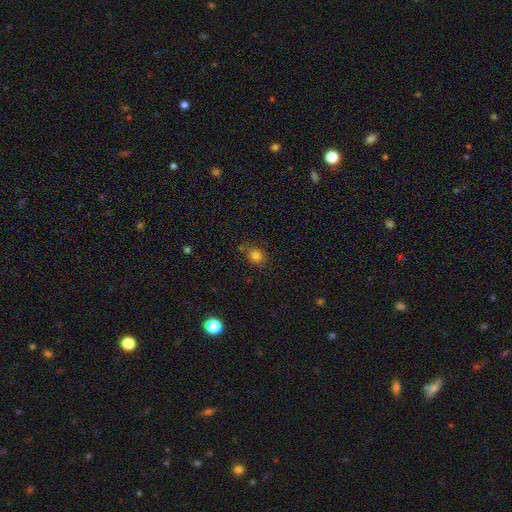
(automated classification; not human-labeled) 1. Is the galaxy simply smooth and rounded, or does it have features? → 79% smooth, 15% star or artifact, 5% featured or disk.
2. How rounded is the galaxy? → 75% round, 24% in between, 1% cigar-shaped.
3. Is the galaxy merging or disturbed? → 70% none, 18% minor disturbance, 8% merger, 5% major disturbance.